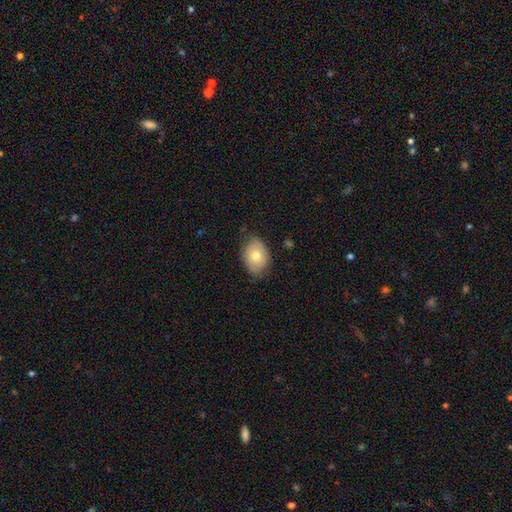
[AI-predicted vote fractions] smooth-or-featured: smooth: 71% | featured or disk: 22% | star or artifact: 7%
  how-rounded: in between: 74% | round: 25% | cigar-shaped: 1%
  merging: none: 74% | minor disturbance: 21% | major disturbance: 4% | merger: 1%